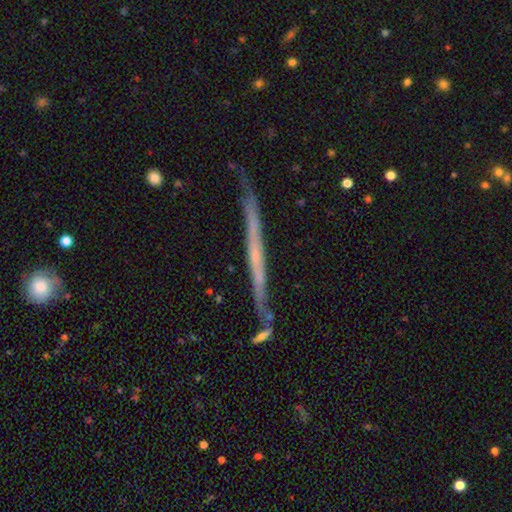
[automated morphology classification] Smooth or featured: featured or disk — 71% (smooth — 21%)
Edge-on disk: yes — 95% (no — 5%)
Edge-on bulge: none — 77% (rounded — 18%)
Merging: none — 73% (minor disturbance — 18%)